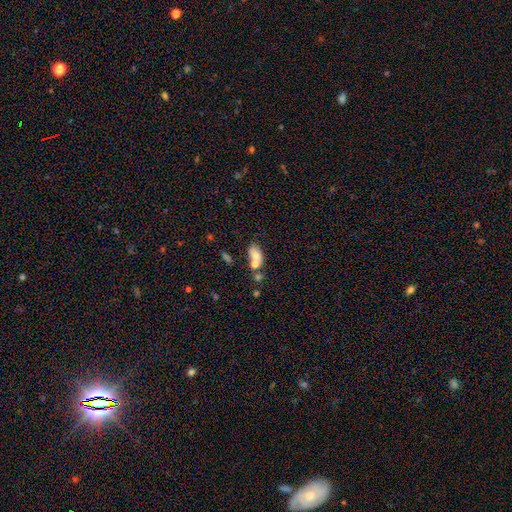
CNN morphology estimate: smooth_or_featured: smooth (p=0.64) [alt: featured or disk p=0.25]
how_rounded: in between (p=0.82) [alt: round p=0.13]
merging: merger (p=0.44) [alt: none p=0.35]